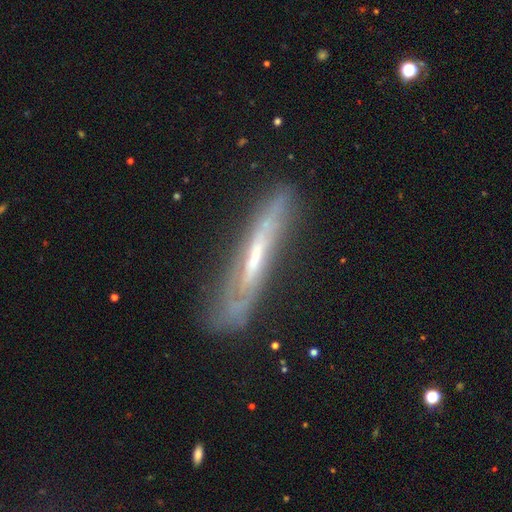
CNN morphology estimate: Q: Smooth or featured?
A: featured or disk (69%); runner-up: smooth (24%)
Q: Edge-on disk?
A: yes (72%); runner-up: no (28%)
Q: Merging?
A: none (73%); runner-up: minor disturbance (18%)